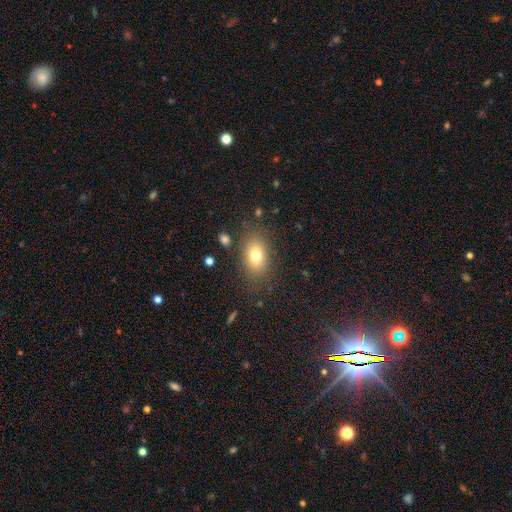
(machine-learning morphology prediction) This appears to be a smooth galaxy with no disk features (77%) that is in between round and cigar-shaped (84%). Merging: none (81%).